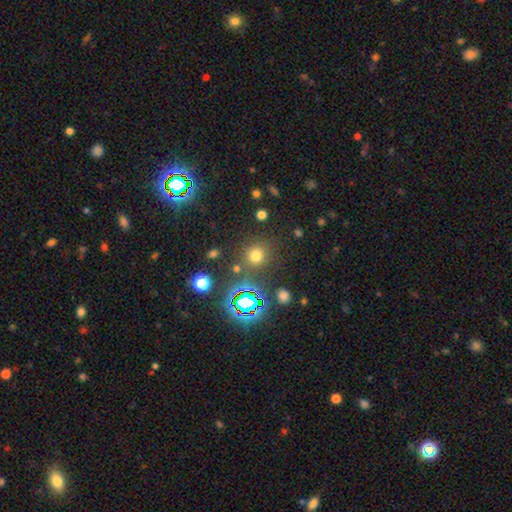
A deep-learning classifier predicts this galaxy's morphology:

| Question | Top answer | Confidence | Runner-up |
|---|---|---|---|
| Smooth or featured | smooth | 65% | star or artifact (28%) |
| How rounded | round | 90% | in between (9%) |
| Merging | none | 79% | minor disturbance (9%) |